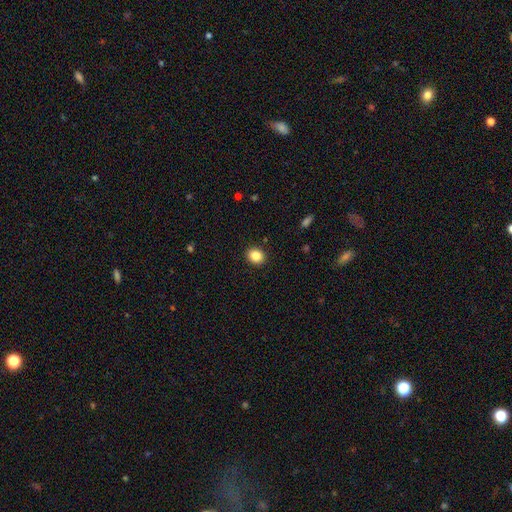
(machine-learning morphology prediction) Overall: smooth (86%). How rounded: round (67%; in between 32%). Merging: none (91%).